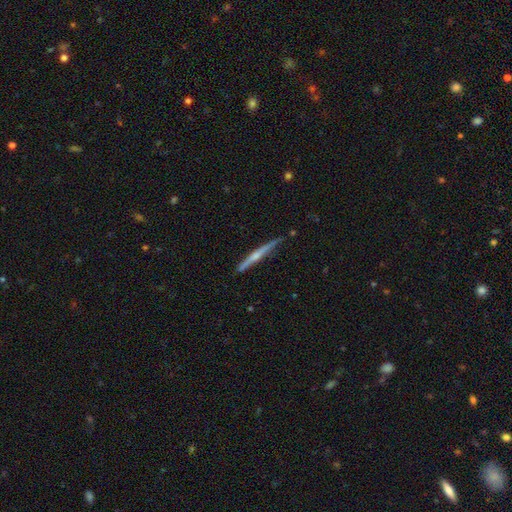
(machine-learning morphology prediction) Overall: featured or disk (66%; smooth 28%). Edge-on disk: yes (98%). Edge-on bulge: rounded (67%). Merging: none (81%).